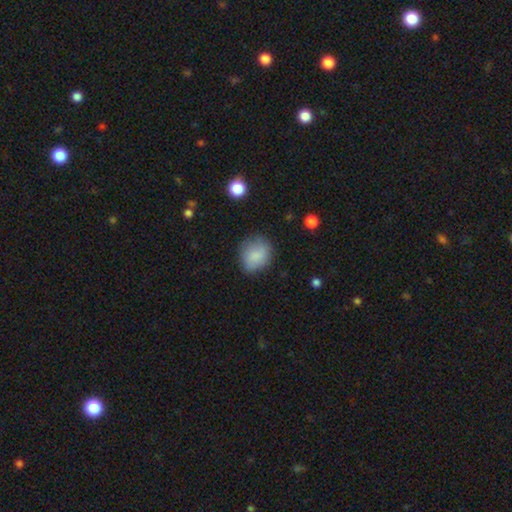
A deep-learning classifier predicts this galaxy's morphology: smooth-or-featured: smooth: 84% | featured or disk: 8% | star or artifact: 8%
  how-rounded: round: 63% | in between: 35% | cigar-shaped: 1%
  merging: none: 73% | minor disturbance: 20% | major disturbance: 5% | merger: 1%